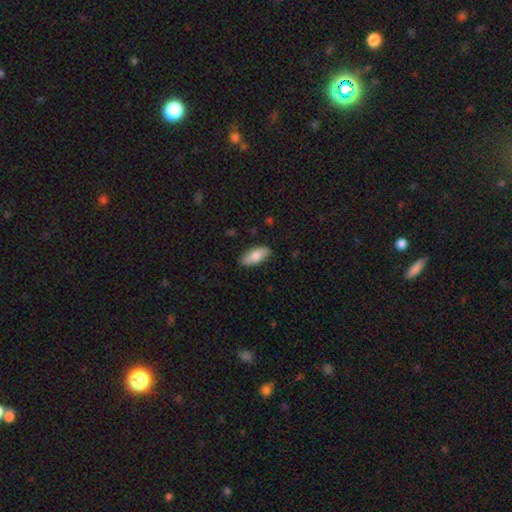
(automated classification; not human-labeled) Smooth or featured: smooth — 76% (featured or disk — 18%)
How rounded: in between — 87% (cigar-shaped — 11%)
Merging: none — 85% (minor disturbance — 12%)